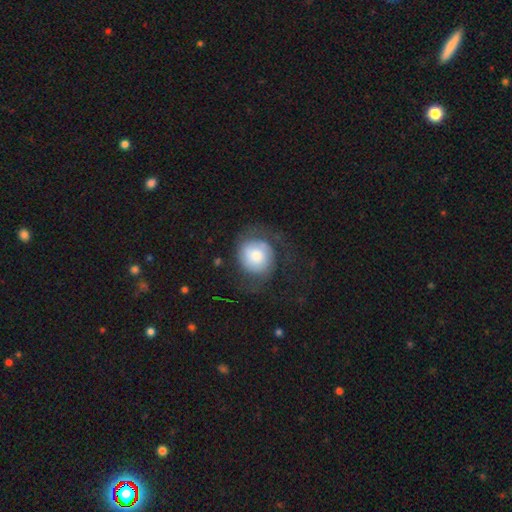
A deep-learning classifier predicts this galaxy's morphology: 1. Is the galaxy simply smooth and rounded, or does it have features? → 53% smooth, 39% featured or disk, 8% star or artifact.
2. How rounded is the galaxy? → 82% round, 17% in between, 1% cigar-shaped.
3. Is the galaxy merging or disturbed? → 54% none, 24% major disturbance, 20% minor disturbance, 2% merger.